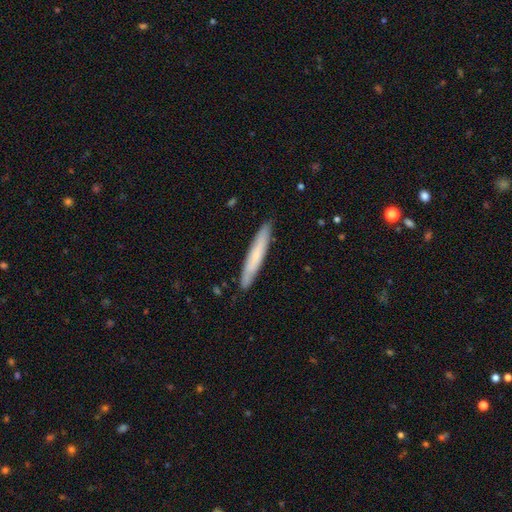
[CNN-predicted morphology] A smooth galaxy with no disk features (60%) that is cigar-shaped (94%).

Vote fractions:
- Smooth or featured? smooth: 60% / featured or disk: 34% / star or artifact: 6%
- How rounded? cigar-shaped: 94% / in between: 5% / round: 1%
- Merging? none: 88% / minor disturbance: 9% / major disturbance: 1% / merger: 1%